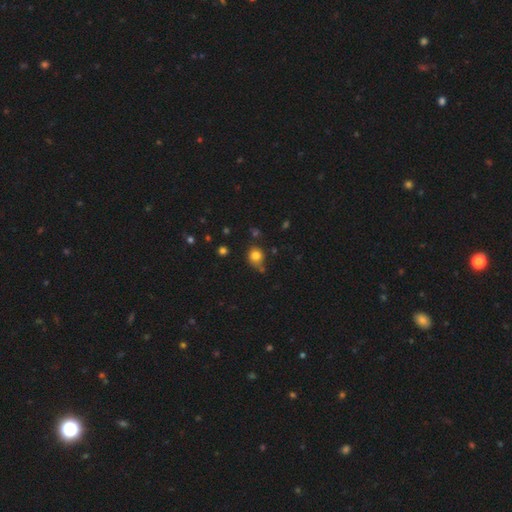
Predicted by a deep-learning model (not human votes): A smooth galaxy with no disk features (80%) that is round (78%). Merging: none (60%).